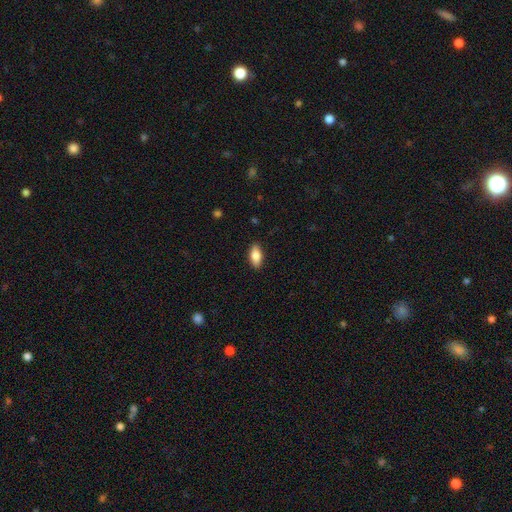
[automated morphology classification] The model was most divided on "smooth or featured": smooth: 81%, featured or disk: 12%, star or artifact: 6%. More confident: merging — none (89%); how rounded — in between (85%).